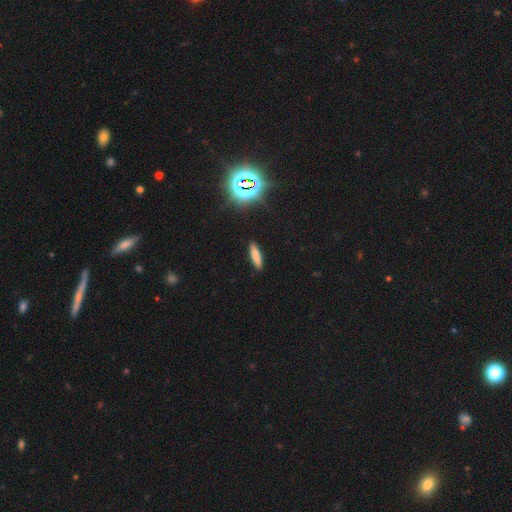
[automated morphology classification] A smooth galaxy with no disk features (77%) that is cigar-shaped (73%). Merging: none (89%).